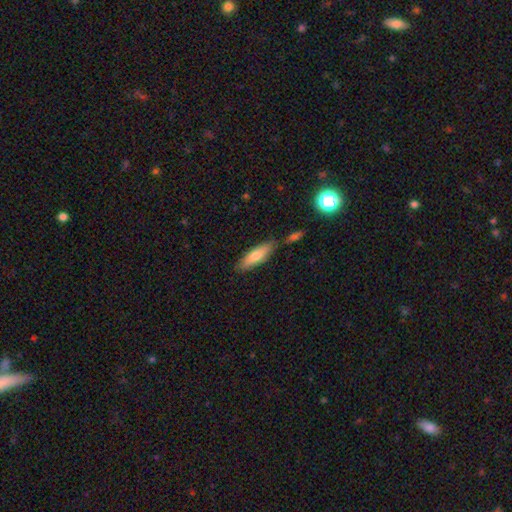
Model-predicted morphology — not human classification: Q: Smooth or featured?
A: smooth (69%); runner-up: featured or disk (24%)
Q: How rounded?
A: cigar-shaped (64%); runner-up: in between (34%)
Q: Merging?
A: none (77%); runner-up: minor disturbance (13%)